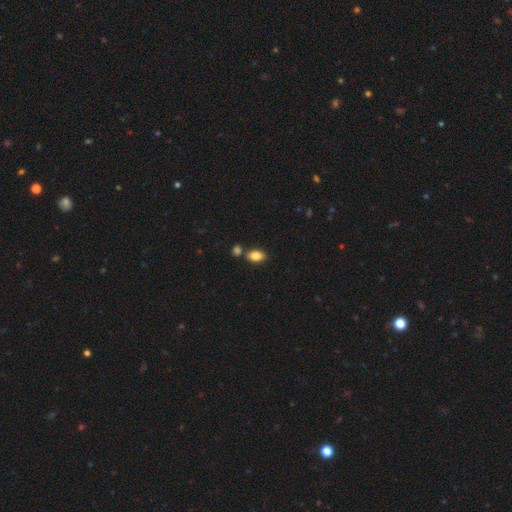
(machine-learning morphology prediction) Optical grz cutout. It shows a smooth galaxy with no disk features (83%) that is in between round and cigar-shaped (88%). Merging: none (70%).